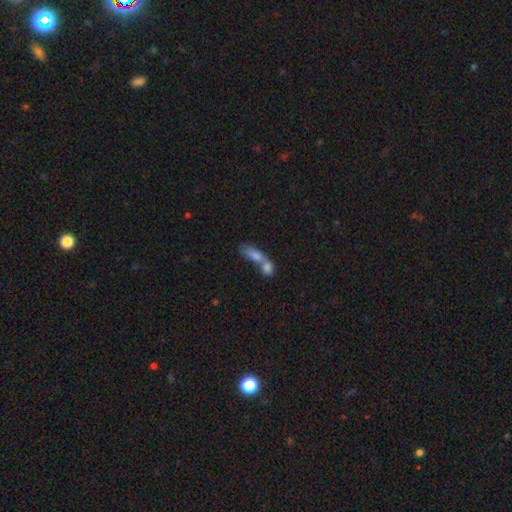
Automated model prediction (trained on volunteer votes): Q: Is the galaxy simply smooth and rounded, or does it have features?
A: smooth — 76%.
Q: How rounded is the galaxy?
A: in between — 65%.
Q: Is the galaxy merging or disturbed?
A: merger — 73%.